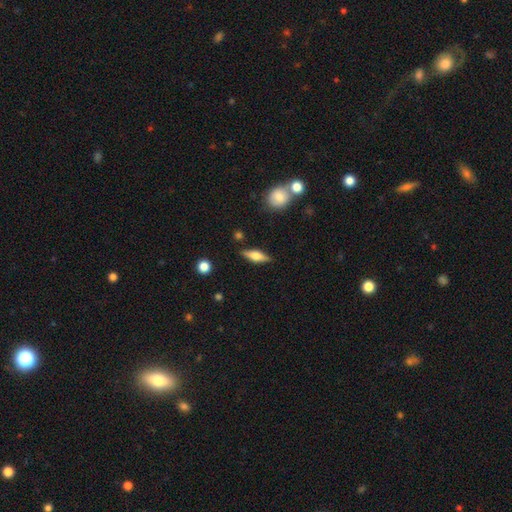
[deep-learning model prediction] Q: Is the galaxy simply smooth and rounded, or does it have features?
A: featured or disk — 51%.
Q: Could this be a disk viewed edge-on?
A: yes — 93%.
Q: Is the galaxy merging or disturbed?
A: none — 85%.